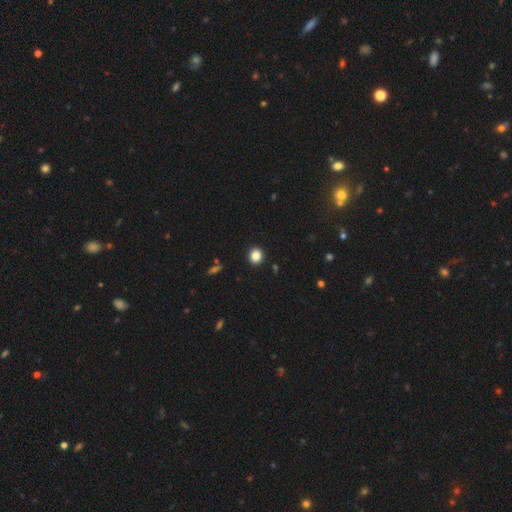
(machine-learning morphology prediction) This appears to be a smooth galaxy with no disk features (85%) that is round (87%). Merging: none (92%).